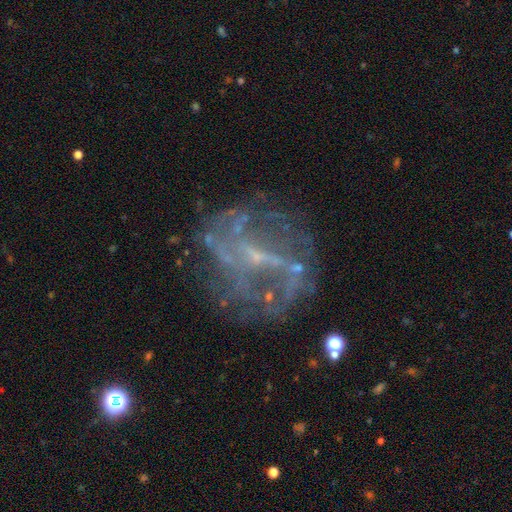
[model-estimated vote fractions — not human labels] smooth-or-featured: featured or disk: 74% | star or artifact: 15% | smooth: 11%
  disk-edge-on: no: 96% | yes: 4%
    bar: weak: 45% | no: 35% | strong: 21%
    has-spiral-arms: yes: 57% | no: 43%
    bulge-size: small: 61% | none: 26% | moderate: 11% | large: 1% | dominant: 1%
  merging: none: 66% | major disturbance: 16% | minor disturbance: 15% | merger: 3%